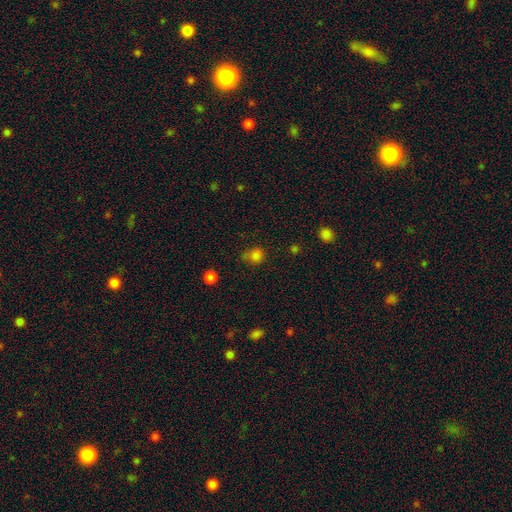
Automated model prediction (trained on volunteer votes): Smooth or featured: smooth — 78% (star or artifact — 17%)
How rounded: round — 73% (in between — 25%)
Merging: none — 61% (minor disturbance — 26%)